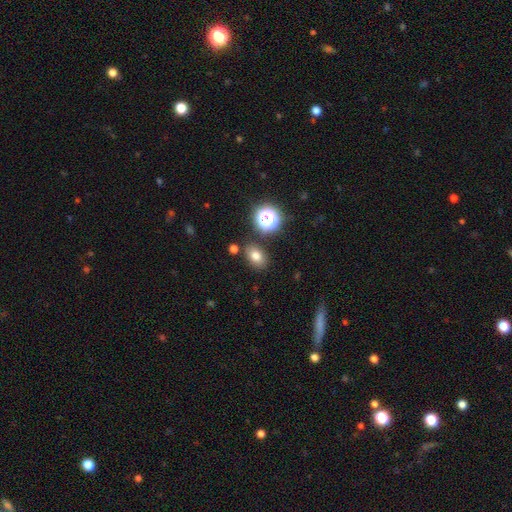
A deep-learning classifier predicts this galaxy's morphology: type=smooth (75%); roundness=in between (72%); merging=none (82%).